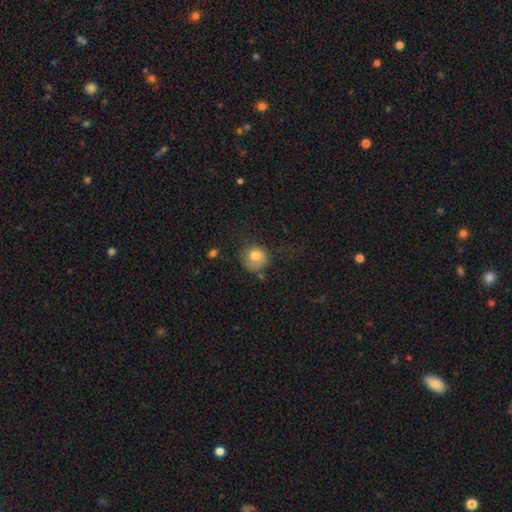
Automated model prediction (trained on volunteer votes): Smooth or featured: smooth — 79% (featured or disk — 12%)
How rounded: round — 86% (in between — 13%)
Merging: none — 55% (minor disturbance — 27%)